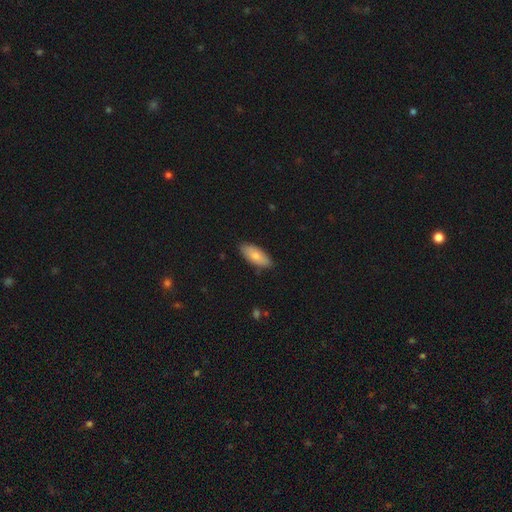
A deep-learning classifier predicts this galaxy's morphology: smooth-or-featured: smooth: 79% | featured or disk: 16% | star or artifact: 5%
  how-rounded: in between: 85% | cigar-shaped: 13% | round: 2%
  merging: none: 84% | minor disturbance: 13% | major disturbance: 2% | merger: 1%